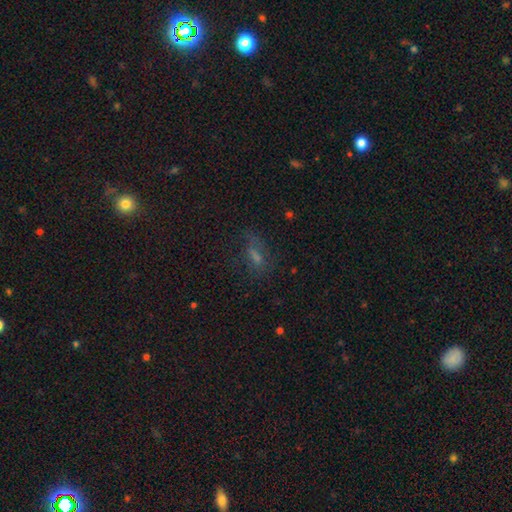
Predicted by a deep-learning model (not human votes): smooth_or_featured: smooth (p=0.47) [alt: star or artifact p=0.28]
merging: none (p=0.58) [alt: minor disturbance p=0.21]